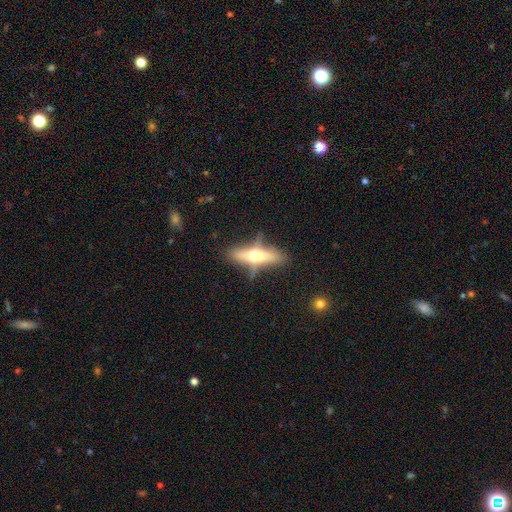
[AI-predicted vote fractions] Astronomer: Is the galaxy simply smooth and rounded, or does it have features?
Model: featured or disk — 56% (runner-up: smooth, 37%).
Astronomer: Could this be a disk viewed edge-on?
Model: yes — 85%.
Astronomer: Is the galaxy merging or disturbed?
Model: none — 66%.